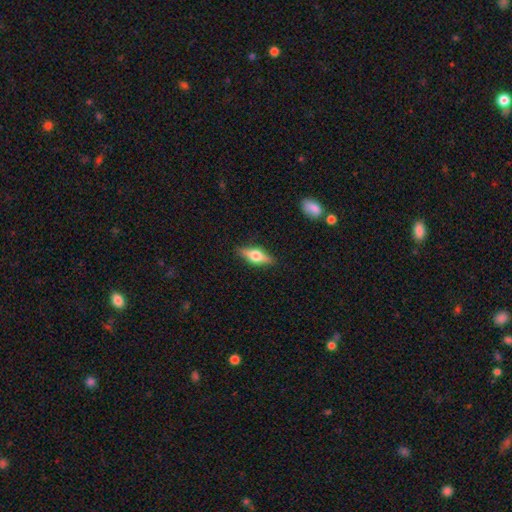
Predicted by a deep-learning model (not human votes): Smooth or featured? smooth (48%)
Merging? none (87%)